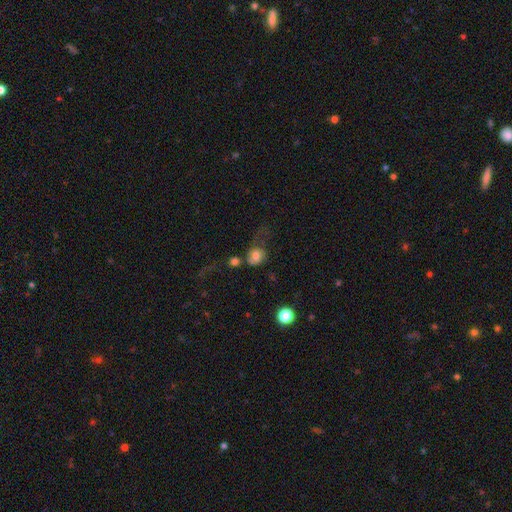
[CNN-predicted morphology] smooth_or_featured: smooth (p=0.71) [alt: featured or disk p=0.18]
how_rounded: round (p=0.66) [alt: in between p=0.33]
merging: major disturbance (p=0.35) [alt: none p=0.28]